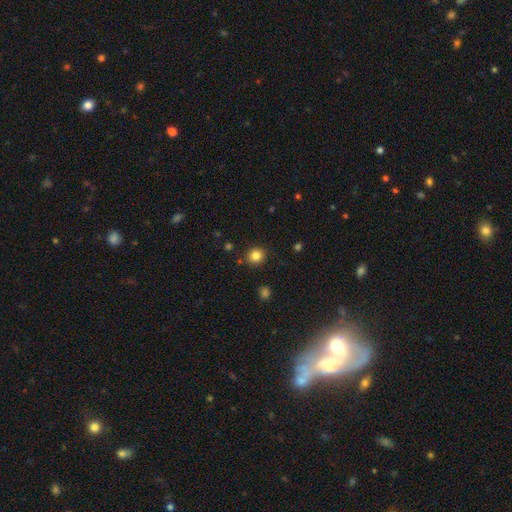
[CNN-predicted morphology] type=smooth (84%); roundness=round (91%); merging=none (89%).